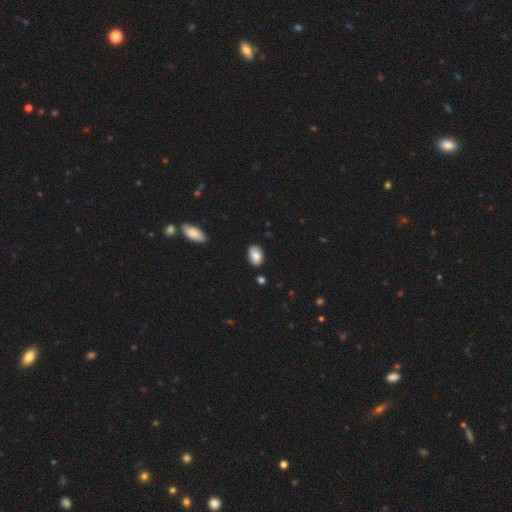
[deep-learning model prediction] smooth_or_featured: smooth (p=0.83) [alt: featured or disk p=0.10]
how_rounded: in between (p=0.90) [alt: round p=0.09]
merging: none (p=0.83) [alt: minor disturbance p=0.13]